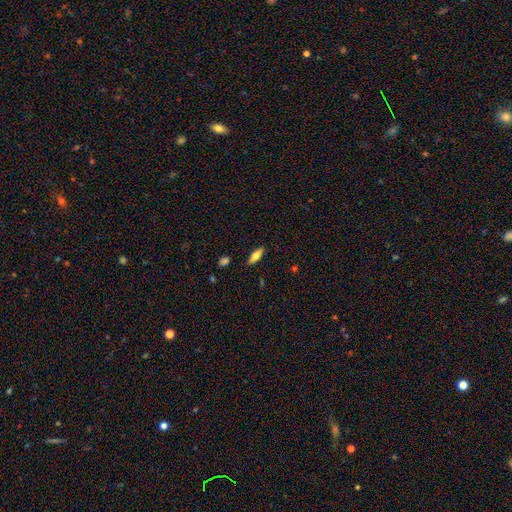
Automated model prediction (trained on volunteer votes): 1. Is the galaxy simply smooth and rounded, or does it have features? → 58% smooth, 34% featured or disk, 7% star or artifact.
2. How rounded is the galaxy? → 62% in between, 36% cigar-shaped, 3% round.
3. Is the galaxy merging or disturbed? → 86% none, 10% minor disturbance, 2% major disturbance, 1% merger.